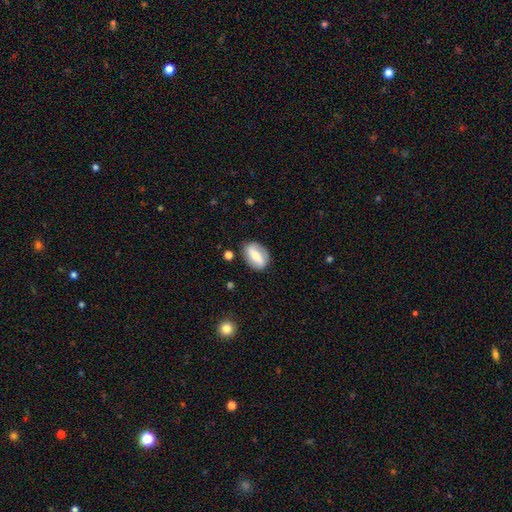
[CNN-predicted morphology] type=featured or disk (48%); merging=none (82%).